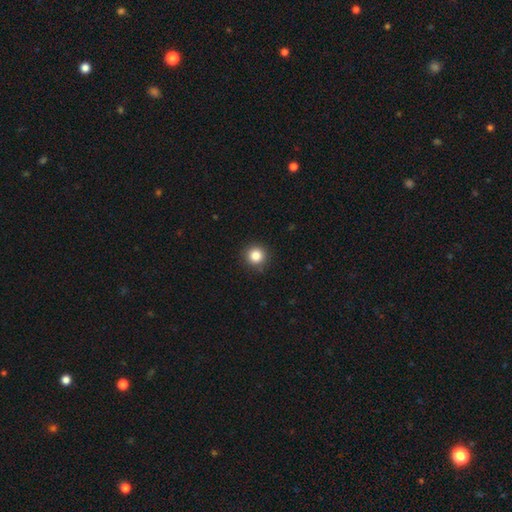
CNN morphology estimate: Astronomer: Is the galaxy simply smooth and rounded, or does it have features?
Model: smooth — 84%.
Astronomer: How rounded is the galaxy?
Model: round — 95%.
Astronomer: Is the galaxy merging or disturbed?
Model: none — 91%.